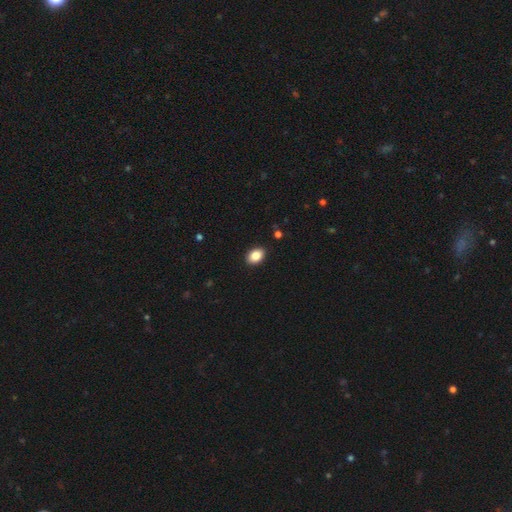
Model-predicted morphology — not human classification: Smooth or featured?
  - smooth: 86% *
  - star or artifact: 8%
  - featured or disk: 6%
How rounded?
  - in between: 83% *
  - round: 16%
  - cigar-shaped: 1%
Merging?
  - none: 90% *
  - minor disturbance: 7%
  - major disturbance: 2%
  - merger: 1%